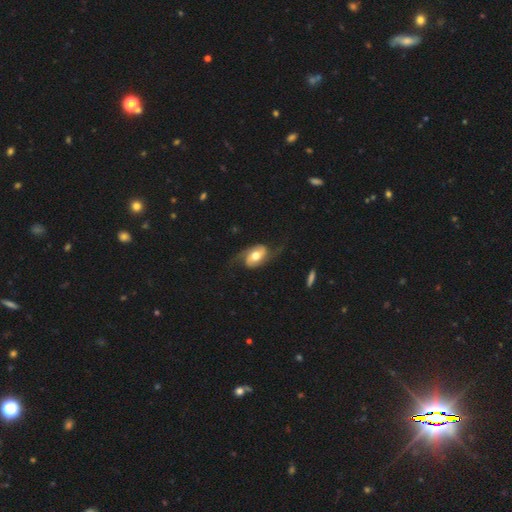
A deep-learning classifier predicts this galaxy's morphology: Overall: featured or disk (78%). Edge-on disk: no (96%). Bar: no (47%; weak 35%). Spiral arms: yes (93%). Spiral arm count: 2 (91%). Spiral winding: loose (59%; medium 31%). Bulge size: moderate (70%). Merging: none (67%).